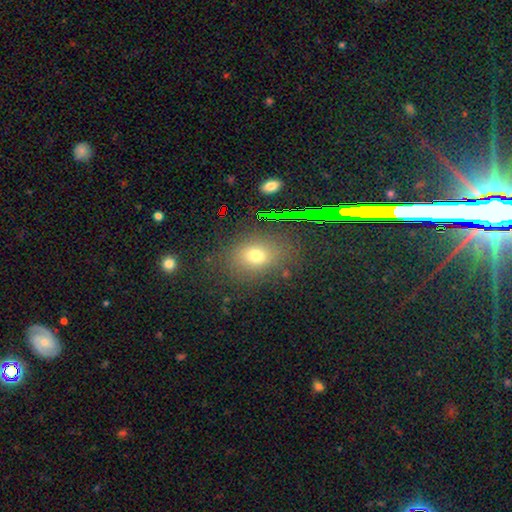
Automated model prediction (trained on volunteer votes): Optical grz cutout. It shows a smooth galaxy with no disk features (68%) that is in between round and cigar-shaped (50%). Merging: none (79%).